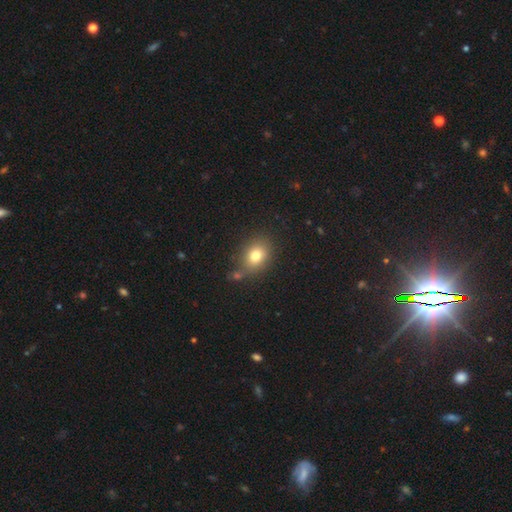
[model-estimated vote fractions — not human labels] Smooth or featured? Predicted: smooth (p=0.79). How rounded? Predicted: in between (p=0.59). Merging? Predicted: none (p=0.70).